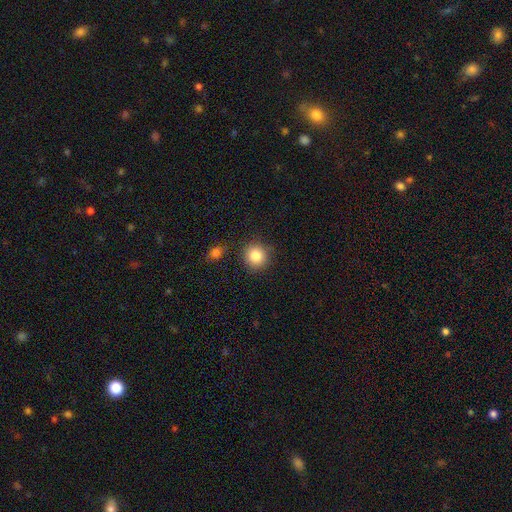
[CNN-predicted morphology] The model was most divided on "smooth or featured": smooth: 85%, star or artifact: 9%, featured or disk: 5%. More confident: how rounded — round (92%); merging — none (85%).